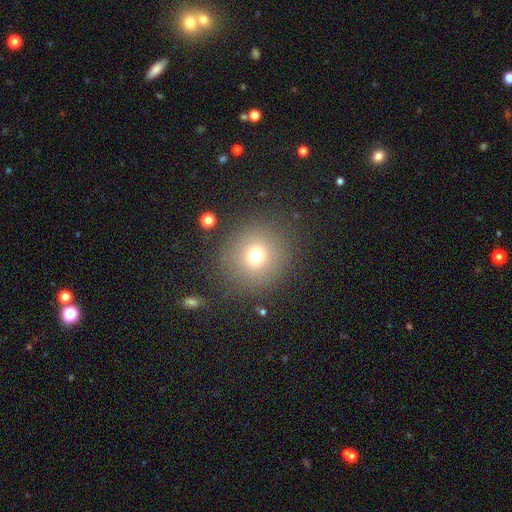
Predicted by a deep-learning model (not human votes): smooth_or_featured: smooth (p=0.71) [alt: star or artifact p=0.17]
how_rounded: round (p=0.92) [alt: in between p=0.08]
merging: none (p=0.85) [alt: minor disturbance p=0.08]